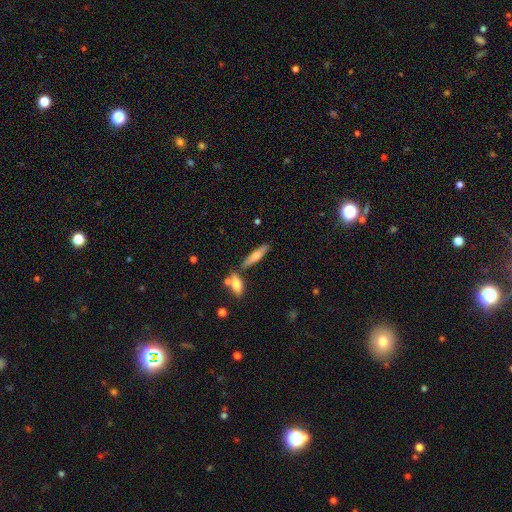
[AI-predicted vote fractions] Smooth or featured?
  - smooth: 59% *
  - featured or disk: 34%
  - star or artifact: 7%
How rounded?
  - cigar-shaped: 75% *
  - in between: 23%
  - round: 2%
Merging?
  - none: 73% *
  - merger: 13%
  - minor disturbance: 11%
  - major disturbance: 3%